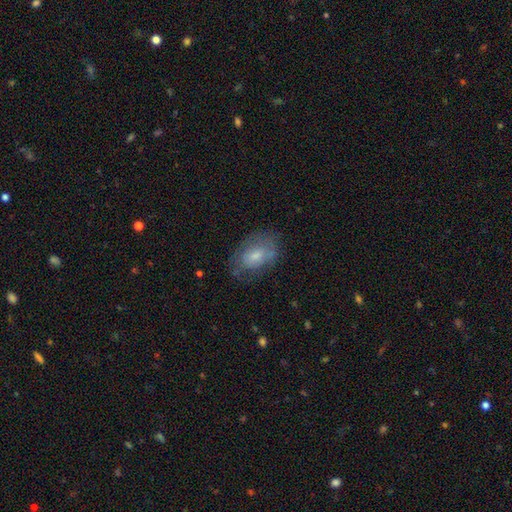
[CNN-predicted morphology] Smooth or featured?
  - smooth: 57% *
  - featured or disk: 35%
  - star or artifact: 8%
How rounded?
  - in between: 86% *
  - round: 12%
  - cigar-shaped: 2%
Merging?
  - none: 59% *
  - minor disturbance: 26%
  - major disturbance: 14%
  - merger: 2%